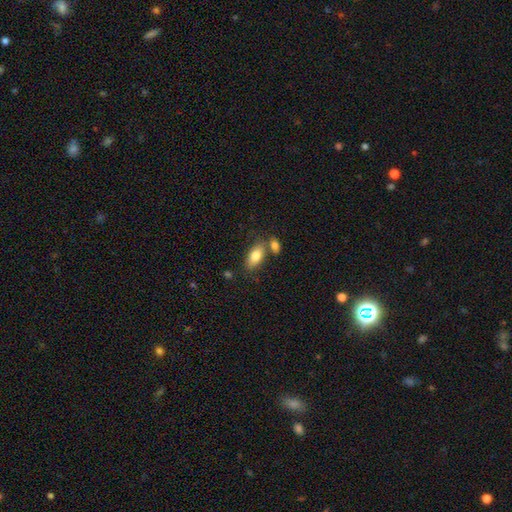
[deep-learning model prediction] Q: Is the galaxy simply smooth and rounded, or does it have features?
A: smooth — 80%.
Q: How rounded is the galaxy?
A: in between — 88%.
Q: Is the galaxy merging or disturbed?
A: none — 64%.